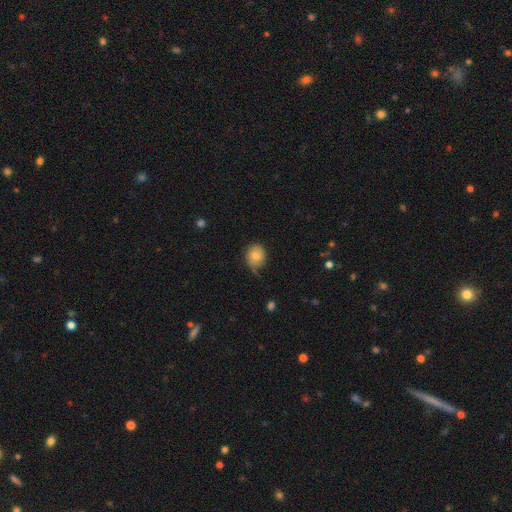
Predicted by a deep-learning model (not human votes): Smooth or featured? smooth (73%)
How rounded? round (61%)
Merging? none (60%)